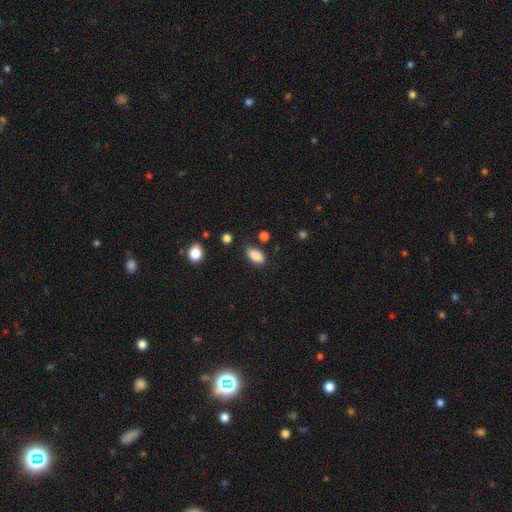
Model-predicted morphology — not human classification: smooth_or_featured: smooth (p=0.87) [alt: star or artifact p=0.08]
how_rounded: in between (p=0.91) [alt: cigar-shaped p=0.04]
merging: none (p=0.79) [alt: minor disturbance p=0.15]